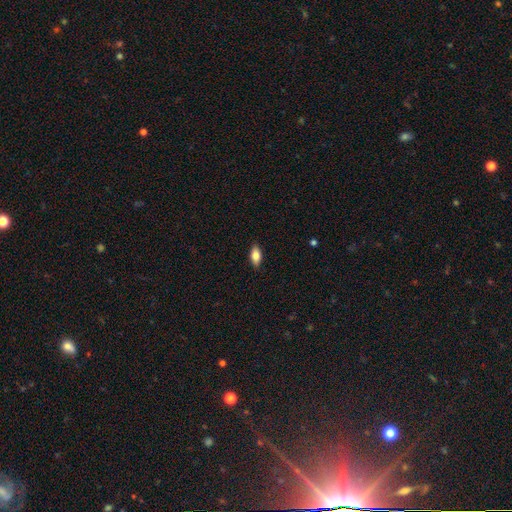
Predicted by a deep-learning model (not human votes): This is likely a smooth galaxy (78%). How rounded: clearly in between (86%). Merging: clearly none (88%).